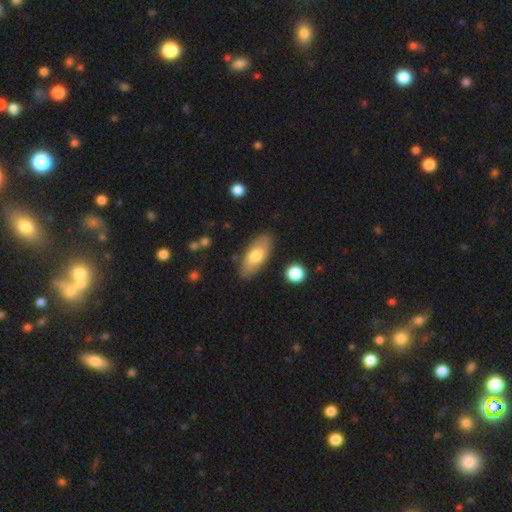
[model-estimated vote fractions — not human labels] Smooth or featured?
  - smooth: 70% *
  - featured or disk: 24%
  - star or artifact: 6%
How rounded?
  - in between: 82% *
  - cigar-shaped: 16%
  - round: 2%
Merging?
  - none: 83% *
  - minor disturbance: 12%
  - major disturbance: 3%
  - merger: 3%